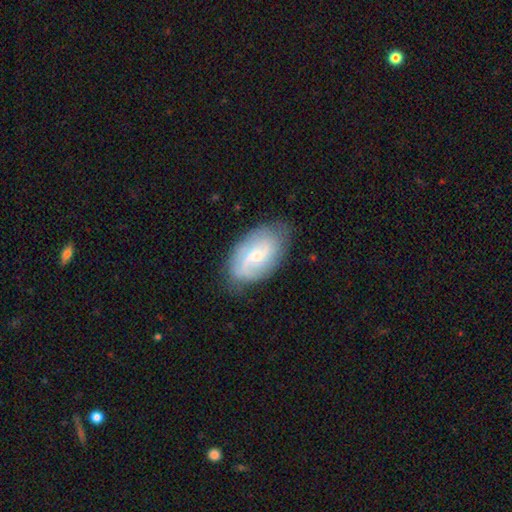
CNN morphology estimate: Q: Smooth or featured?
A: featured or disk (66%); runner-up: smooth (27%)
Q: Edge-on disk?
A: no (95%); runner-up: yes (5%)
Q: Bar?
A: weak (48%); runner-up: no (43%)
Q: Spiral arms?
A: yes (89%); runner-up: no (11%)
Q: Spiral winding?
A: medium (41%); runner-up: loose (30%)
Q: Spiral arm count?
A: 2 (59%); runner-up: can't tell (23%)
Q: Bulge size?
A: small (56%); runner-up: moderate (35%)
Q: Merging?
A: none (74%); runner-up: minor disturbance (19%)